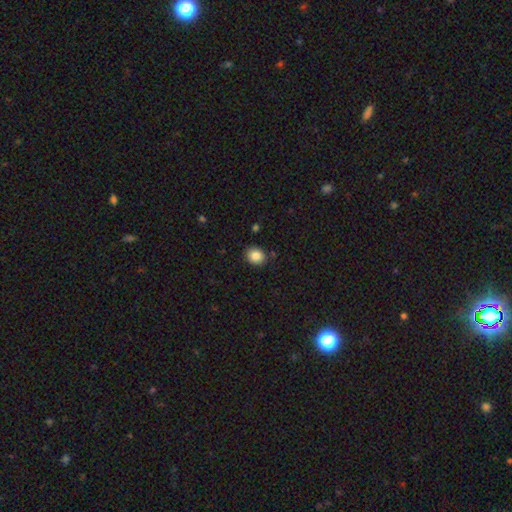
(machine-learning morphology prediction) Smooth or featured: smooth — 85% (star or artifact — 10%)
How rounded: round — 71% (in between — 28%)
Merging: none — 87% (minor disturbance — 9%)